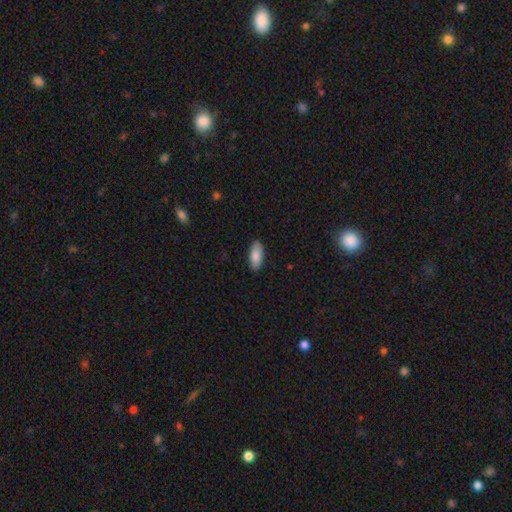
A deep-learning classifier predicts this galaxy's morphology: This is clearly a smooth galaxy (85%). How rounded: clearly in between (85%). Merging: clearly none (89%).